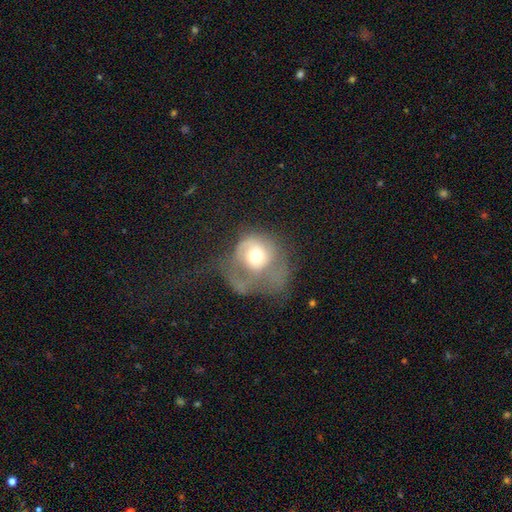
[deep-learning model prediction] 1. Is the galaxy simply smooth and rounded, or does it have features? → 47% smooth, 44% featured or disk, 9% star or artifact.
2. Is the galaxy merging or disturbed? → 61% major disturbance, 17% none, 16% minor disturbance, 6% merger.